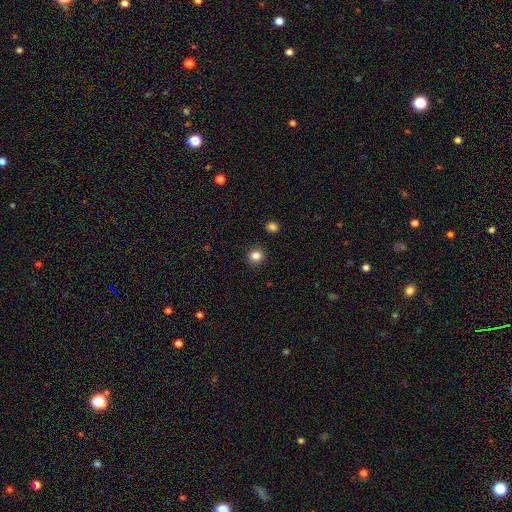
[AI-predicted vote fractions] Morphology: type=smooth (84%); roundness=round (86%); merging=none (91%).